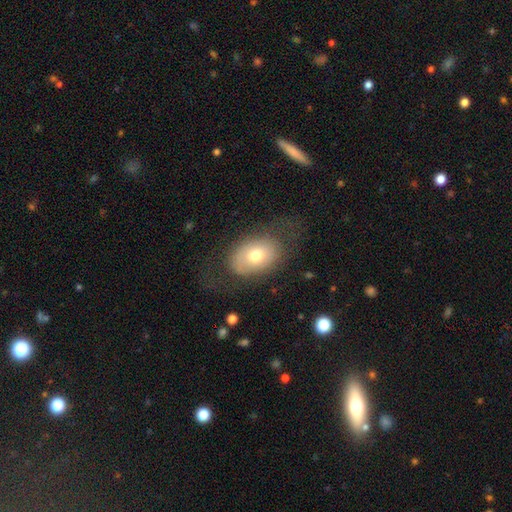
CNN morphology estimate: smooth_or_featured: smooth (p=0.66) [alt: featured or disk p=0.26]
how_rounded: in between (p=0.83) [alt: round p=0.16]
merging: none (p=0.64) [alt: minor disturbance p=0.19]